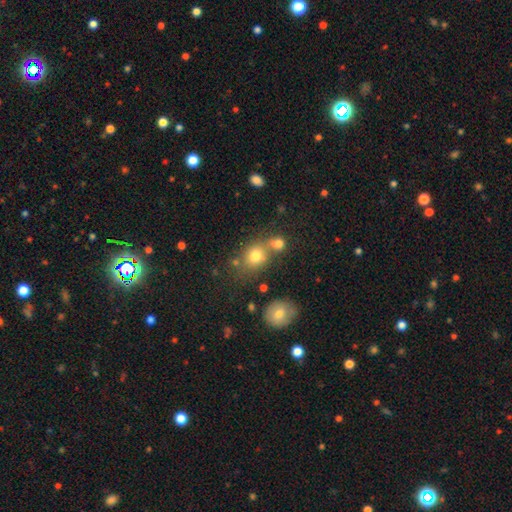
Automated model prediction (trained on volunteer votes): A smooth galaxy with no disk features (76%) that is round (63%).

Vote fractions:
- Smooth or featured? smooth: 76% / star or artifact: 14% / featured or disk: 10%
- How rounded? round: 63% / in between: 36% / cigar-shaped: 1%
- Merging? none: 52% / merger: 31% / minor disturbance: 12% / major disturbance: 5%